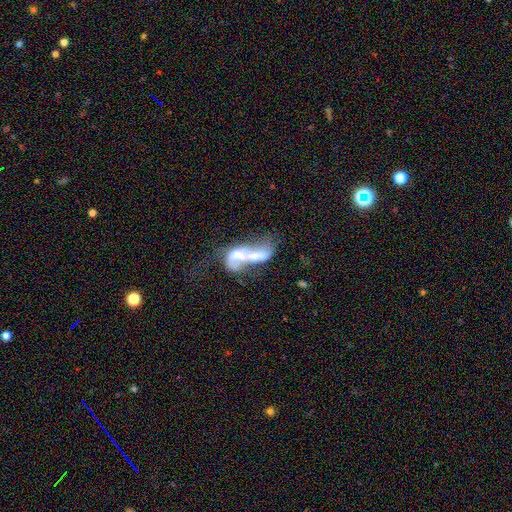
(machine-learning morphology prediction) A featured or disk galaxy (58%) with no bar (67%), no spiral arms (73%) and a moderate central bulge (36%).

Vote fractions:
- Smooth or featured? featured or disk: 58% / smooth: 32% / star or artifact: 10%
- Edge-on disk? no: 93% / yes: 7%
- Bar? no: 67% / weak: 18% / strong: 15%
- Spiral arms? no: 73% / yes: 27%
- Bulge size? moderate: 36% / none: 26% / small: 17% / large: 16% / dominant: 4%
- Merging? merger: 68% / major disturbance: 18% / none: 9% / minor disturbance: 6%